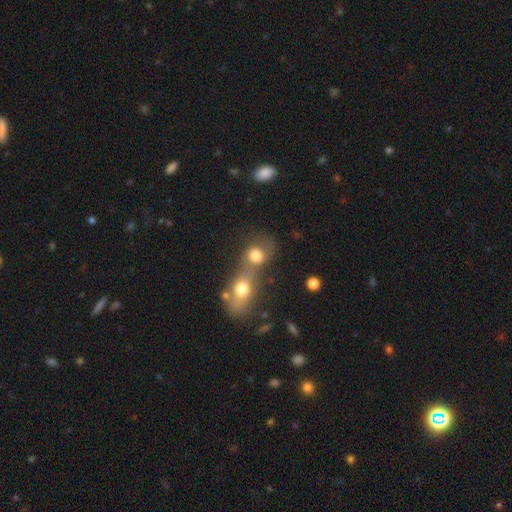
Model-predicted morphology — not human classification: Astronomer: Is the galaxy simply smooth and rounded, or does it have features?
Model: smooth — 73%.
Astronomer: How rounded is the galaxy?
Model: round — 63%.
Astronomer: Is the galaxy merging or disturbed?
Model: merger — 52% (runner-up: none, 30%).